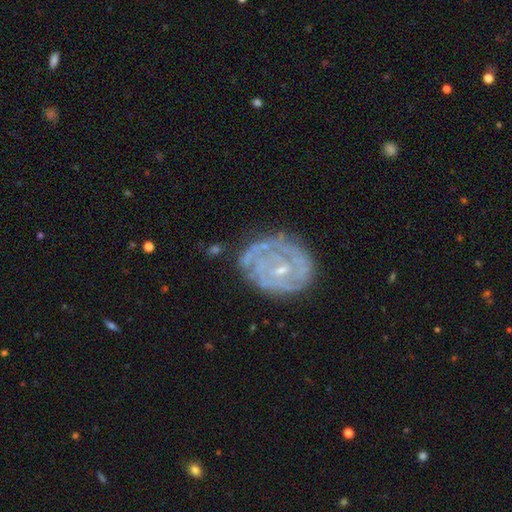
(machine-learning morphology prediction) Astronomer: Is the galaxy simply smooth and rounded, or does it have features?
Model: featured or disk — 82%.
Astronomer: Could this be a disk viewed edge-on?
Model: no — 98%.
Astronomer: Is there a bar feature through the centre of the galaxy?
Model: no — 48% (runner-up: weak, 41%).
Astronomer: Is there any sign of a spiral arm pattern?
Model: yes — 85%.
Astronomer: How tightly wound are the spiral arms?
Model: tight — 70%.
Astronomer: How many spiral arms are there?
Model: can't tell — 40% (runner-up: 2, 26%).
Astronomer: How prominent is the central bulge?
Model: small — 73%.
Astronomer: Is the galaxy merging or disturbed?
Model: none — 63%.